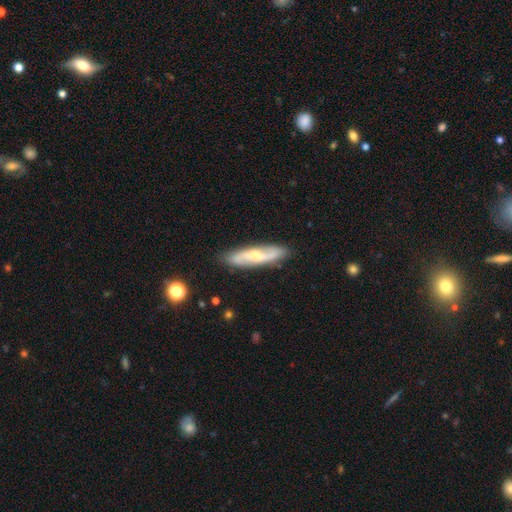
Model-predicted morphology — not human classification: This appears to be a featured or disk galaxy (68%) with a weak bar (44%), spiral arms (91%) and a moderate central bulge (53%). Merging: none (85%).